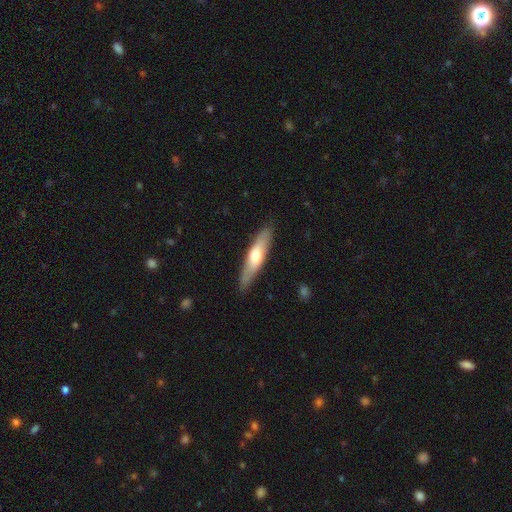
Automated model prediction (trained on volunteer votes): Smooth or featured: smooth — 54% (featured or disk — 42%)
How rounded: cigar-shaped — 77% (in between — 21%)
Merging: none — 86% (minor disturbance — 10%)